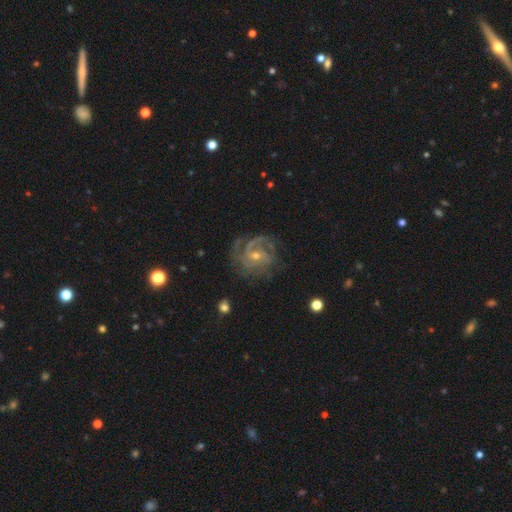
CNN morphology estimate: Smooth or featured?
  - featured or disk: 87% *
  - star or artifact: 7%
  - smooth: 5%
Edge-on disk?
  - no: 98% *
  - yes: 2%
Bar?
  - no: 52% *
  - weak: 37%
  - strong: 11%
Spiral arms?
  - yes: 97% *
  - no: 3%
Spiral winding?
  - tight: 59% *
  - medium: 35%
  - loose: 7%
Spiral arm count?
  - 3: 32% *
  - 2: 23%
  - can't tell: 20%
  - 4: 11%
  - 1: 7%
  - more than 4: 7%
Bulge size?
  - small: 61% *
  - moderate: 36%
  - none: 1%
  - large: 1%
  - dominant: 1%
Merging?
  - none: 72% *
  - minor disturbance: 17%
  - major disturbance: 9%
  - merger: 2%